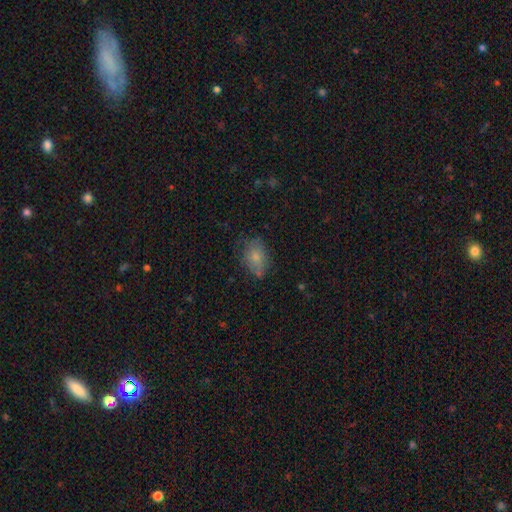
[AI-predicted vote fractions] The model was most divided on "merging": none: 70%, minor disturbance: 22%, major disturbance: 6%, merger: 3%. More confident: how rounded — in between (76%); smooth or featured — smooth (71%).